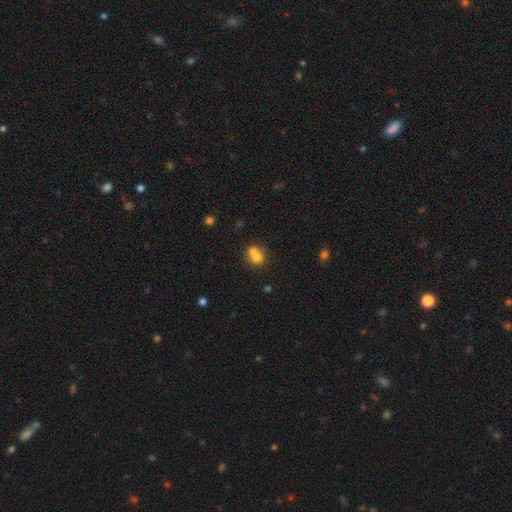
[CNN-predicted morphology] smooth 70%, featured or disk 17%, star or artifact 12%. Down the decision tree: how rounded — round (75%); merging — merger (60%).